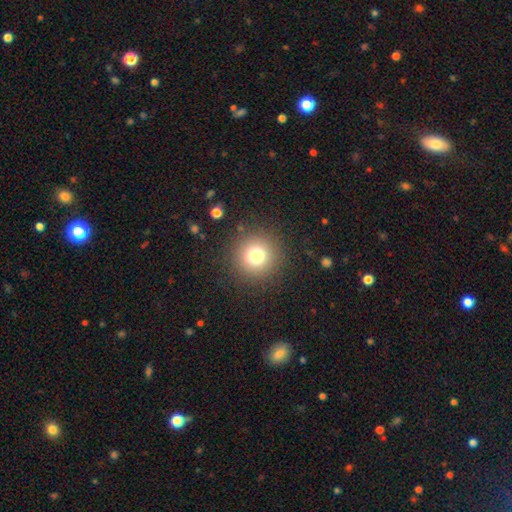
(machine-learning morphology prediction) This appears to be a smooth galaxy with no disk features (76%) that is round (96%). Merging: none (89%).